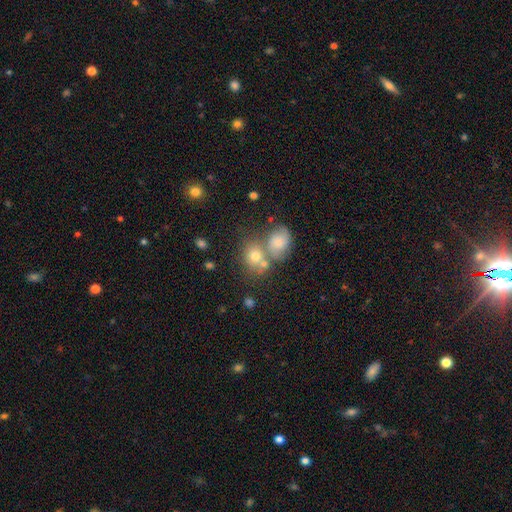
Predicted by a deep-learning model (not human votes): Smooth or featured? smooth (65%)
How rounded? round (57%)
Merging? merger (42%, tied with none)